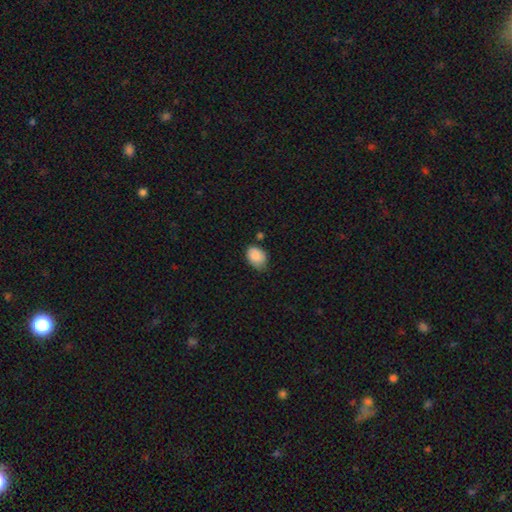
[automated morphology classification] smooth 86%, star or artifact 7%, featured or disk 6%. Down the decision tree: how rounded — in between (74%); merging — none (59%).